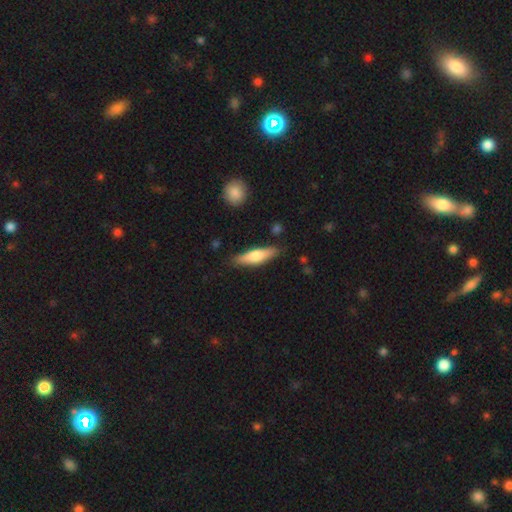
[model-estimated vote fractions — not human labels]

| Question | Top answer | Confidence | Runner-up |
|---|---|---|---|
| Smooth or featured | smooth | 60% | featured or disk (34%) |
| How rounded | cigar-shaped | 65% | in between (33%) |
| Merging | none | 84% | minor disturbance (11%) |